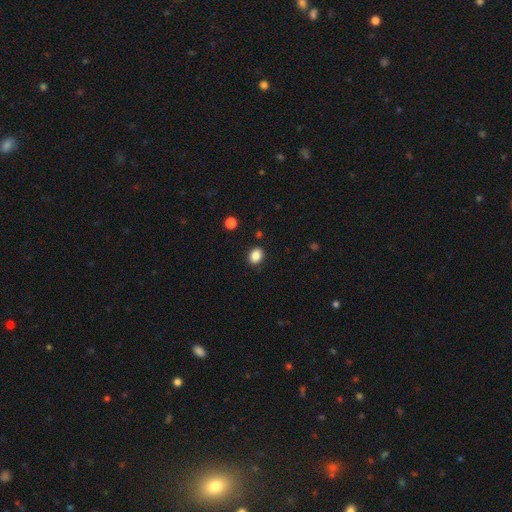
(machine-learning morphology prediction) smooth 87%, star or artifact 10%, featured or disk 4%. Down the decision tree: how rounded — in between (56%); merging — none (88%).